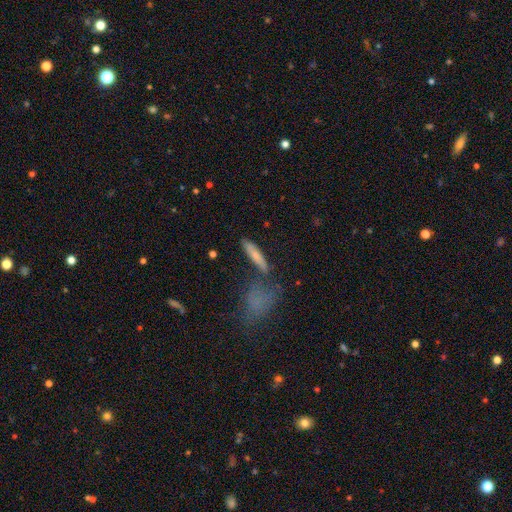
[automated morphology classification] Smooth or featured?
  - smooth: 73% *
  - featured or disk: 19%
  - star or artifact: 9%
How rounded?
  - cigar-shaped: 79% *
  - in between: 18%
  - round: 3%
Merging?
  - none: 68% *
  - minor disturbance: 14%
  - merger: 13%
  - major disturbance: 6%